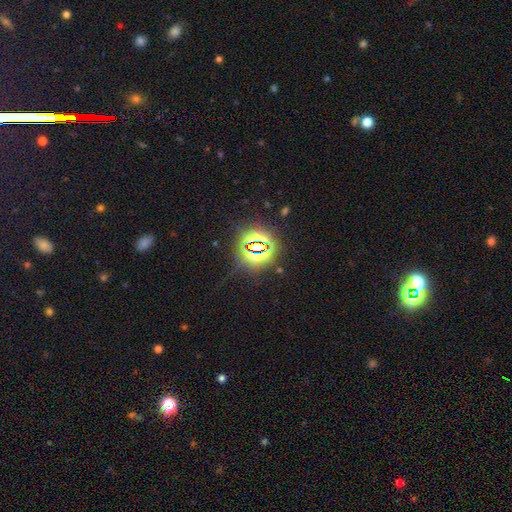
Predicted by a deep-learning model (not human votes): The model was most divided on "smooth or featured": star or artifact: 81%, smooth: 11%, featured or disk: 8%.